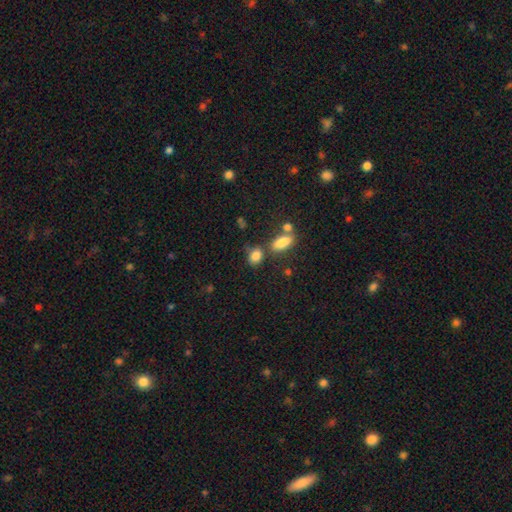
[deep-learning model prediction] A smooth galaxy with no disk features (83%) that is in between round and cigar-shaped (67%). Merging: none (59%).